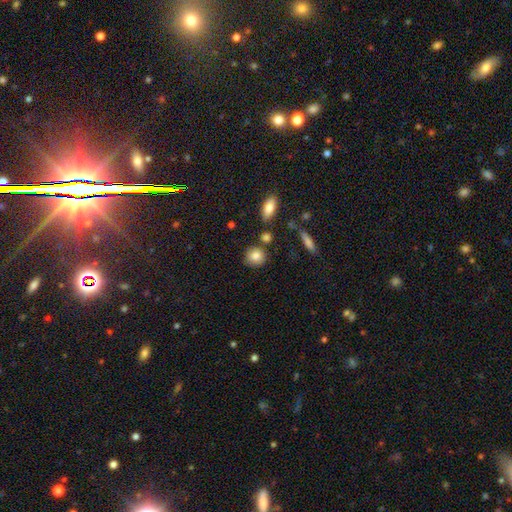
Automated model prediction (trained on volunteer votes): Morphology: type=smooth (84%); roundness=round (82%); merging=none (78%).